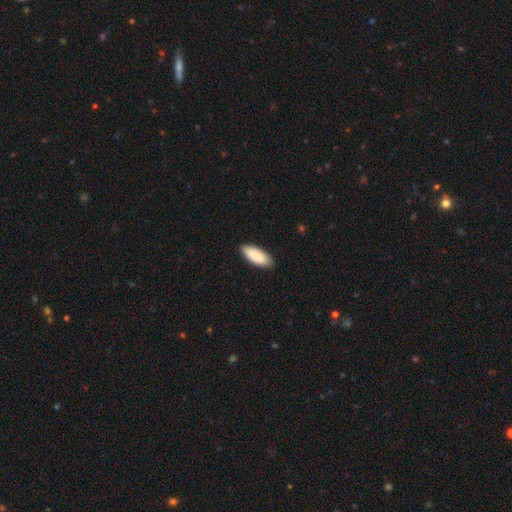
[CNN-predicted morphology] Q: Smooth or featured?
A: smooth (90%); runner-up: star or artifact (5%)
Q: How rounded?
A: in between (81%); runner-up: cigar-shaped (17%)
Q: Merging?
A: none (86%); runner-up: minor disturbance (11%)